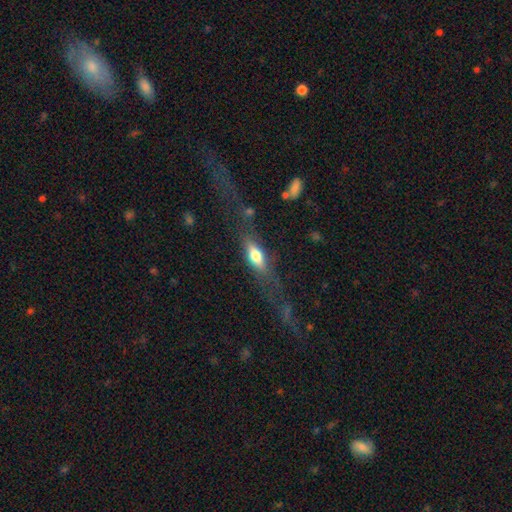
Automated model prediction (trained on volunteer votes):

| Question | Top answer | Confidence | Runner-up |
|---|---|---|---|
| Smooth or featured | smooth | 61% | featured or disk (31%) |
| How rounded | in between | 60% | cigar-shaped (36%) |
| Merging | none | 54% | major disturbance (21%) |